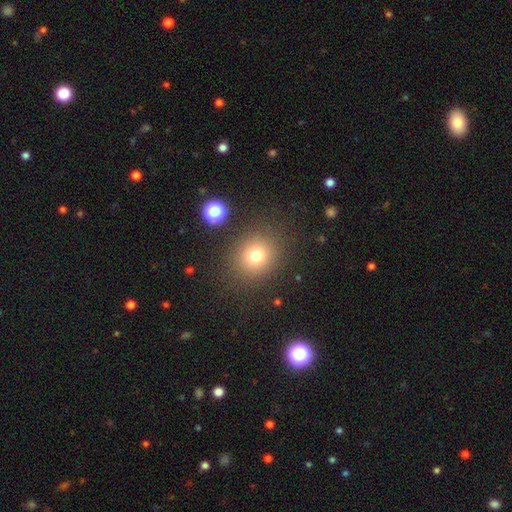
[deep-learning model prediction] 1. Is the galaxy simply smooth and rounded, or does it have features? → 74% smooth, 16% star or artifact, 10% featured or disk.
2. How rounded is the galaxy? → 81% round, 18% in between, 1% cigar-shaped.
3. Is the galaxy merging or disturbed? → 85% none, 8% minor disturbance, 5% major disturbance, 2% merger.